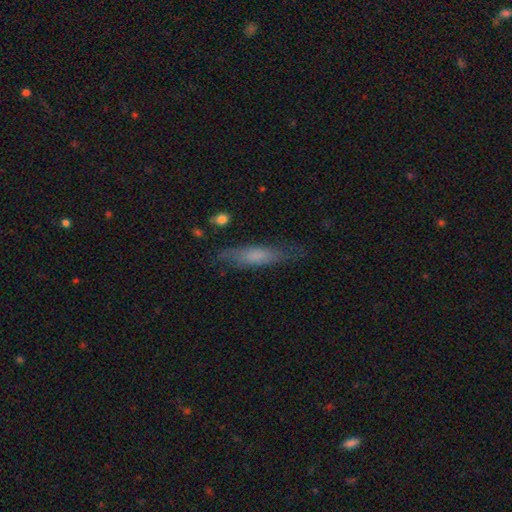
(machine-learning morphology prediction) Smooth or featured?
  - smooth: 62% *
  - featured or disk: 30%
  - star or artifact: 7%
How rounded?
  - cigar-shaped: 73% *
  - in between: 25%
  - round: 2%
Merging?
  - none: 71% *
  - minor disturbance: 20%
  - major disturbance: 7%
  - merger: 2%